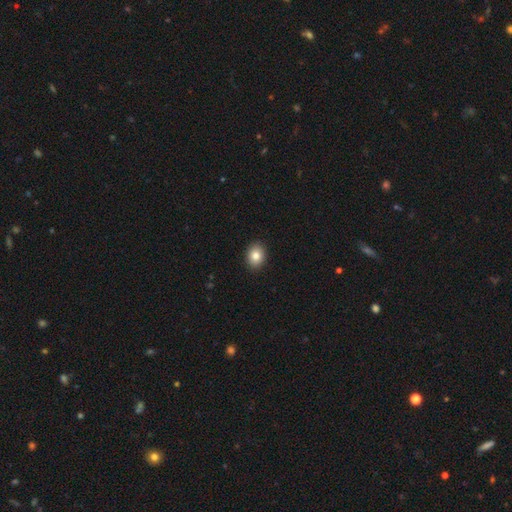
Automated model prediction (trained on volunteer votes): Smooth or featured: smooth — 84% (star or artifact — 9%)
How rounded: in between — 60% (round — 39%)
Merging: none — 91% (minor disturbance — 7%)